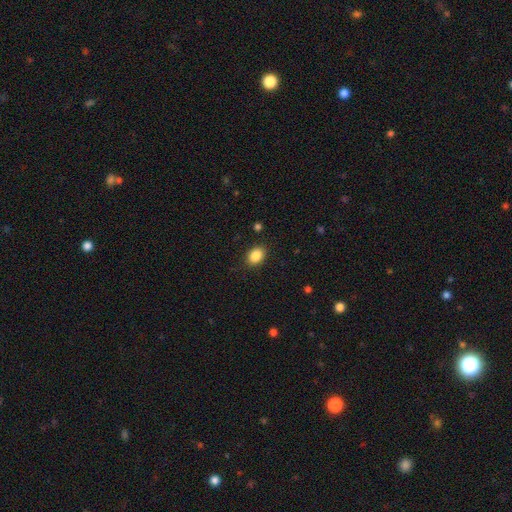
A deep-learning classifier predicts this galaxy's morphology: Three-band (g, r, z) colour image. It shows a smooth galaxy with no disk features (87%) that is in between round and cigar-shaped (73%). Merging: none (86%).